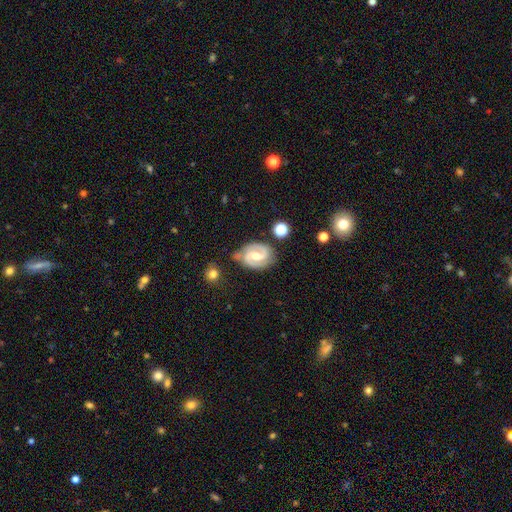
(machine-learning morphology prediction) This appears to be a featured or disk galaxy (88%) with a weak bar (50%), 2 (92%) medium (55%) spiral arms (97%) and a moderate central bulge (61%). Merging: none (73%).